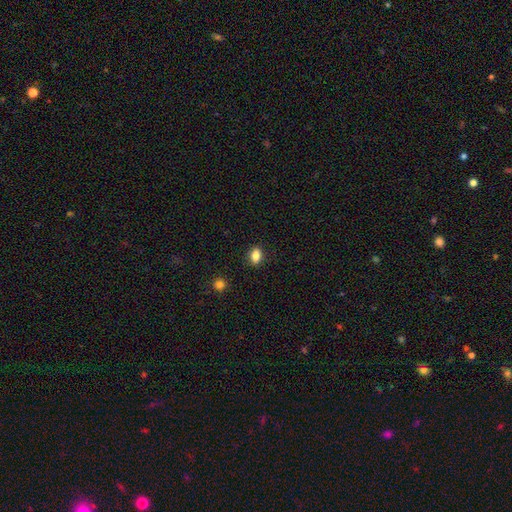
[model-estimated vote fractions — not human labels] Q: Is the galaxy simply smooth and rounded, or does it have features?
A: smooth — 83%.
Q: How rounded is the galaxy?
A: in between — 75%.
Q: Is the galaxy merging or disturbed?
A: none — 88%.